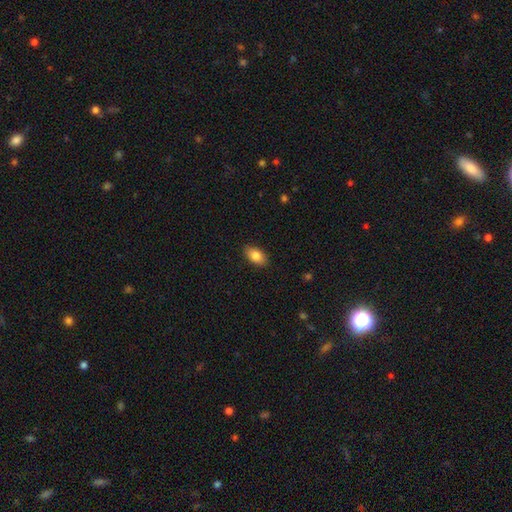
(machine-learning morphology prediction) The model was most divided on "smooth or featured": smooth: 84%, featured or disk: 9%, star or artifact: 7%. More confident: how rounded — in between (91%); merging — none (88%).